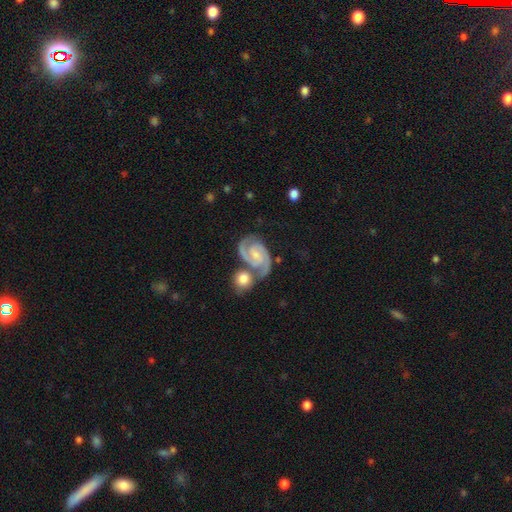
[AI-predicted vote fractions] This is clearly a featured or disk galaxy (90%). It is clearly not viewed edge-on (98%). Bar: possibly no (47%). Spiral arm pattern: clearly yes (98%). Spiral arm count: clearly 2 (92%). Spiral winding: possibly tight (49%). Central bulge: possibly small (52%). Merging: possibly none (56%).